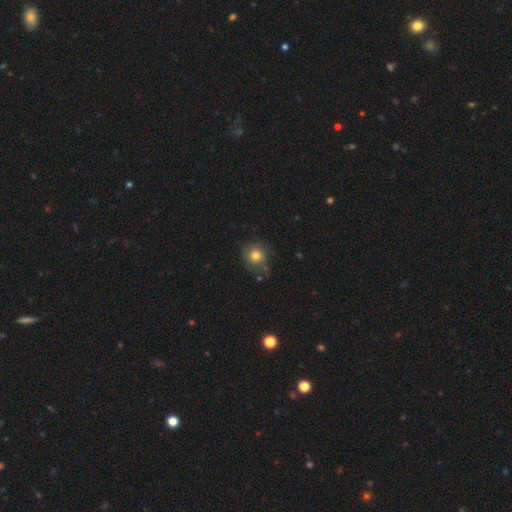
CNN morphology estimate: Overall: smooth (75%). How rounded: round (82%). Merging: none (66%).